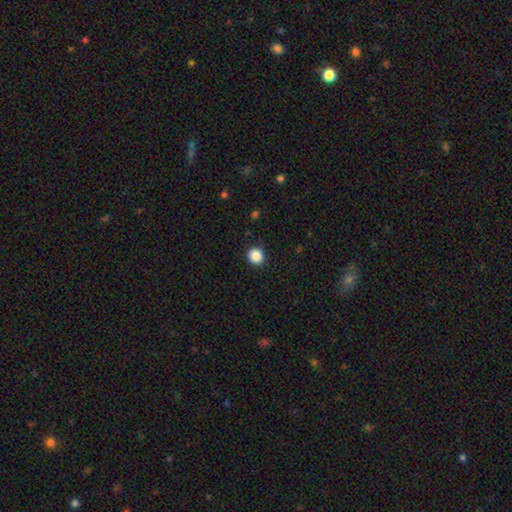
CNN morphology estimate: A smooth galaxy with no disk features (88%) that is round (89%).

Vote fractions:
- Smooth or featured? smooth: 88% / star or artifact: 9% / featured or disk: 2%
- How rounded? round: 89% / in between: 11% / cigar-shaped: 1%
- Merging? none: 91% / minor disturbance: 6% / major disturbance: 2% / merger: 1%